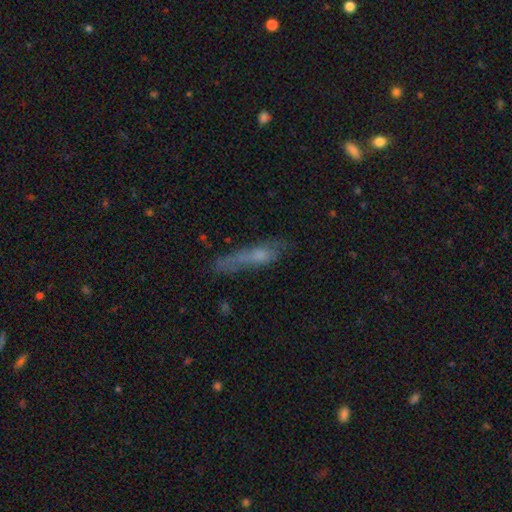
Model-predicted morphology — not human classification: This appears to be a smooth galaxy with no disk features (49%). Merging: none (51%).